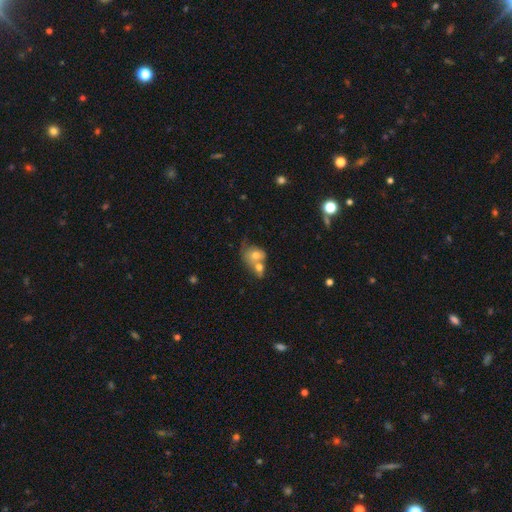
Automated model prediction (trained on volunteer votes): Smooth or featured? Predicted: smooth (p=0.64). How rounded? Predicted: round (p=0.52). Merging? Predicted: merger (p=0.63).